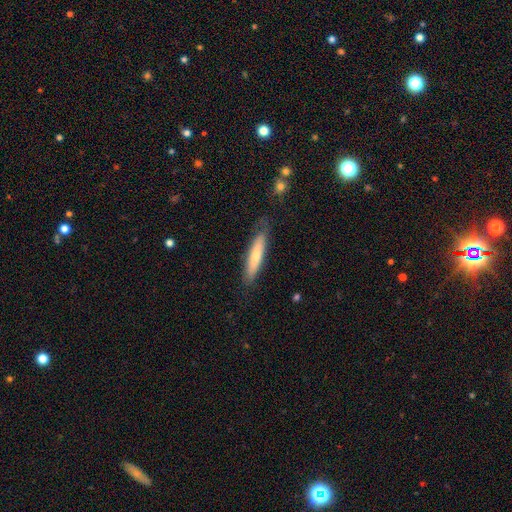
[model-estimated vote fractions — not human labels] smooth-or-featured: smooth: 63% | featured or disk: 31% | star or artifact: 6%
  how-rounded: cigar-shaped: 84% | in between: 14% | round: 1%
  merging: none: 78% | minor disturbance: 16% | major disturbance: 4% | merger: 1%